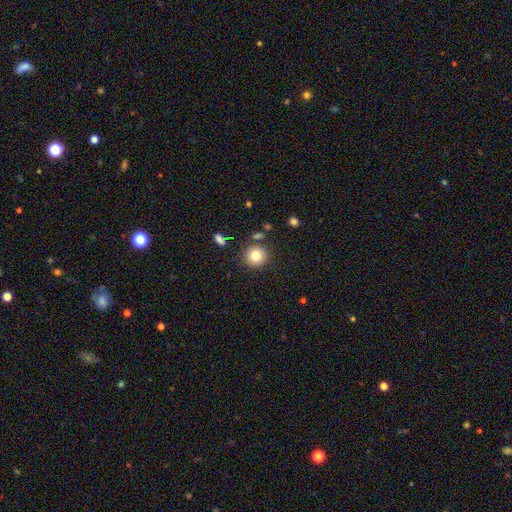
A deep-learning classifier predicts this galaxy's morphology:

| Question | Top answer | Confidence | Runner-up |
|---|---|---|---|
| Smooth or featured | smooth | 81% | star or artifact (11%) |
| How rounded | round | 92% | in between (7%) |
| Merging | none | 85% | minor disturbance (8%) |